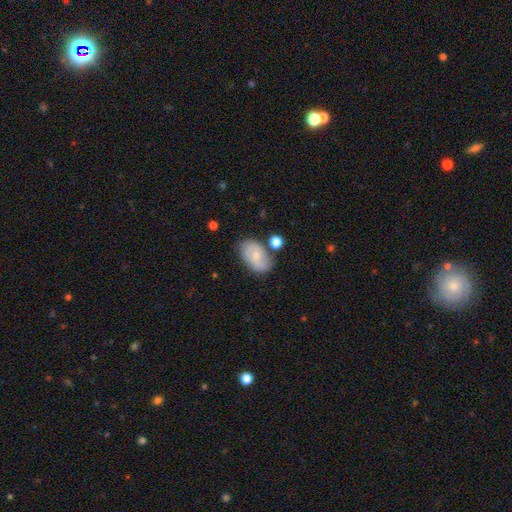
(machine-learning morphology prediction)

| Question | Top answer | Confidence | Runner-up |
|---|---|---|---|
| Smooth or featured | smooth | 49% | featured or disk (44%) |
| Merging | none | 66% | minor disturbance (20%) |